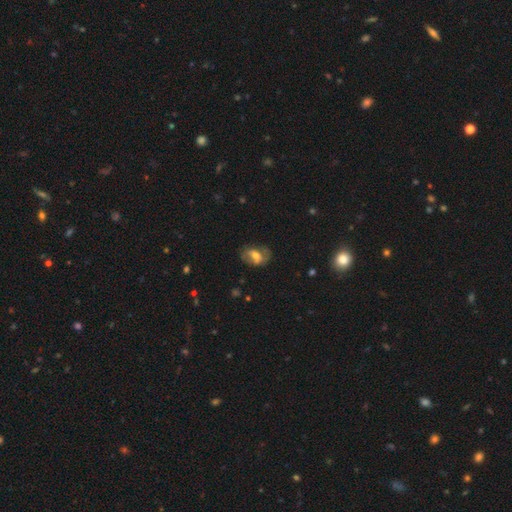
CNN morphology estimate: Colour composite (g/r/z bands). It shows a featured or disk galaxy (46%). Merging: none (60%).